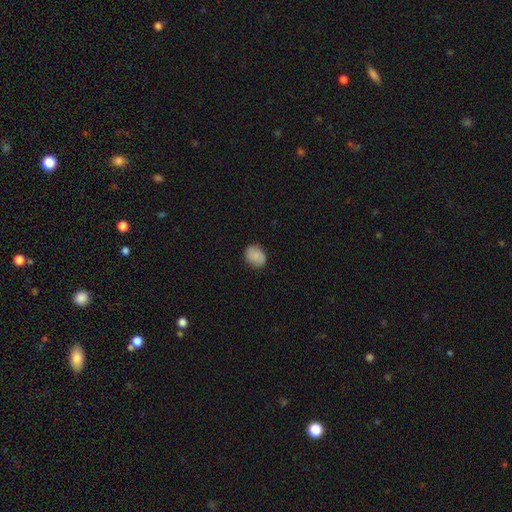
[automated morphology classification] A smooth galaxy with no disk features (81%) that is round (50%). Merging: none (82%).